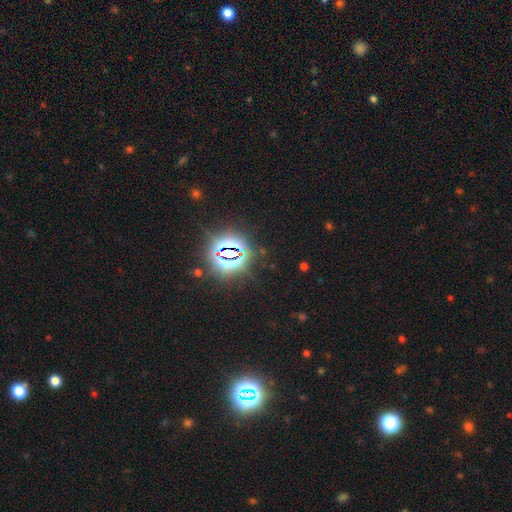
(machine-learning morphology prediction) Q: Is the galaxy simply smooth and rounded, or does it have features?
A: star or artifact — 84%.